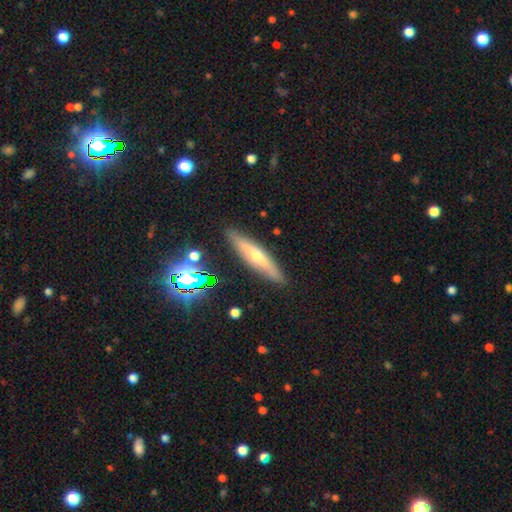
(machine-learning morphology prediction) Smooth or featured? Predicted: featured or disk (p=0.49). Merging? Predicted: none (p=0.88).